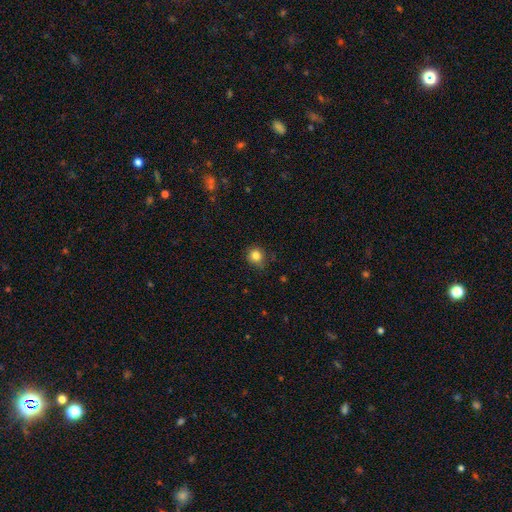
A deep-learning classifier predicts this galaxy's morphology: Q: Smooth or featured?
A: smooth (83%); runner-up: star or artifact (12%)
Q: How rounded?
A: round (89%); runner-up: in between (10%)
Q: Merging?
A: none (76%); runner-up: minor disturbance (19%)